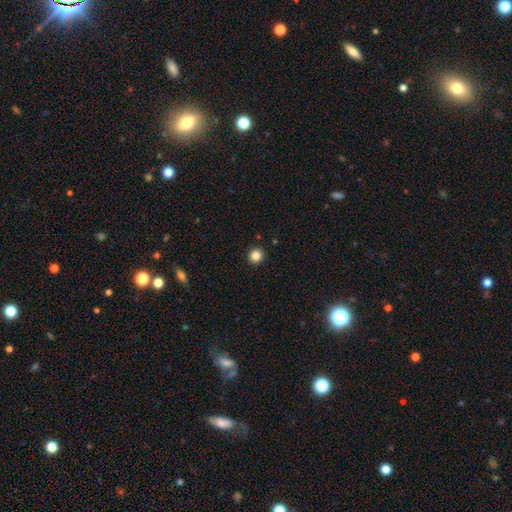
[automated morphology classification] This is clearly a smooth galaxy (84%). How rounded: clearly round (94%). Merging: clearly none (93%).